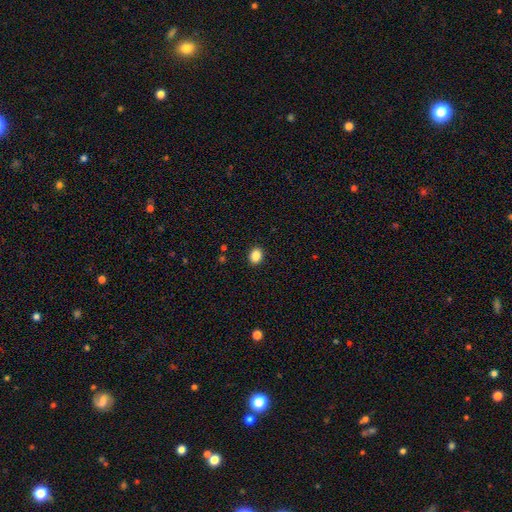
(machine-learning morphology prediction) Overall: smooth (86%). How rounded: round (51%; in between 48%). Merging: none (91%).